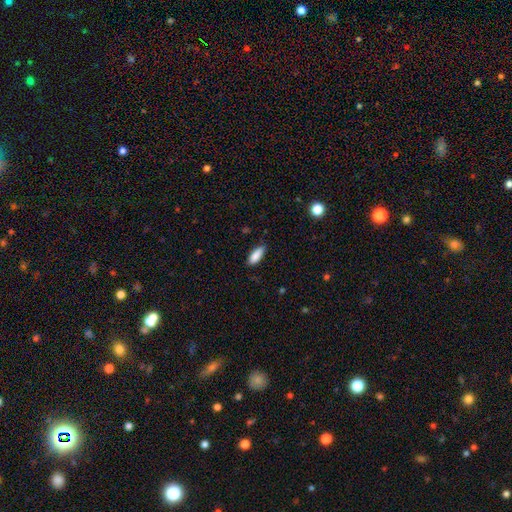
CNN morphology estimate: Overall: smooth (87%). How rounded: in between (68%; cigar-shaped 30%). Merging: none (80%).